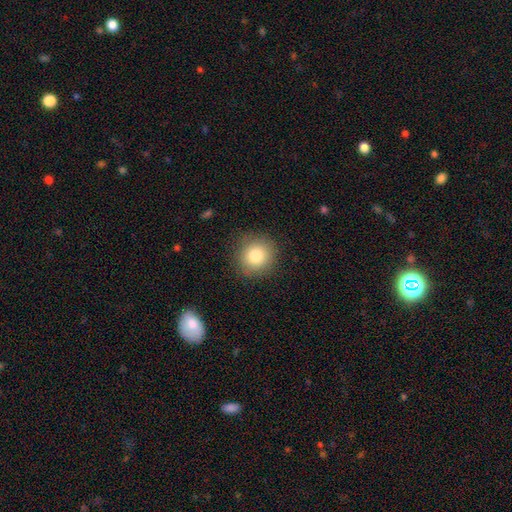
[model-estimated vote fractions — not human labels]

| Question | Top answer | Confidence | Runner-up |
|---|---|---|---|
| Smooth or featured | smooth | 83% | star or artifact (10%) |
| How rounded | round | 92% | in between (7%) |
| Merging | none | 88% | minor disturbance (8%) |